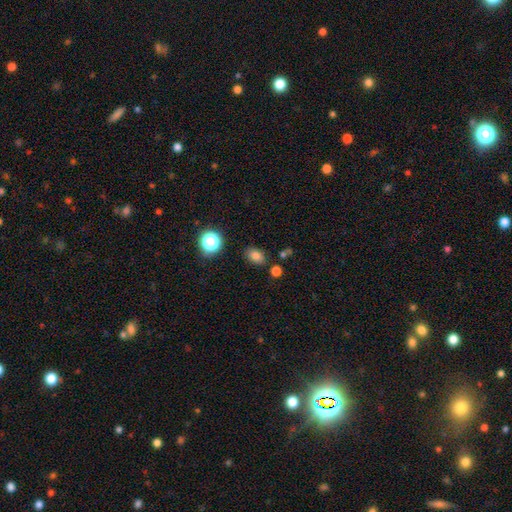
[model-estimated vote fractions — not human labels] The model was most divided on "how rounded": in between: 75%, round: 24%, cigar-shaped: 1%. More confident: merging — none (82%); smooth or featured — smooth (79%).